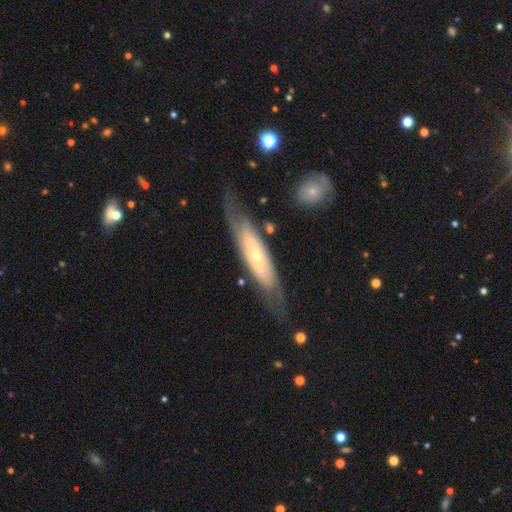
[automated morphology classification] A featured or disk galaxy (70%).

Vote fractions:
- Smooth or featured? featured or disk: 70% / smooth: 24% / star or artifact: 6%
- Edge-on disk? no: 63% / yes: 37%
- Merging? none: 69% / minor disturbance: 18% / major disturbance: 10% / merger: 3%